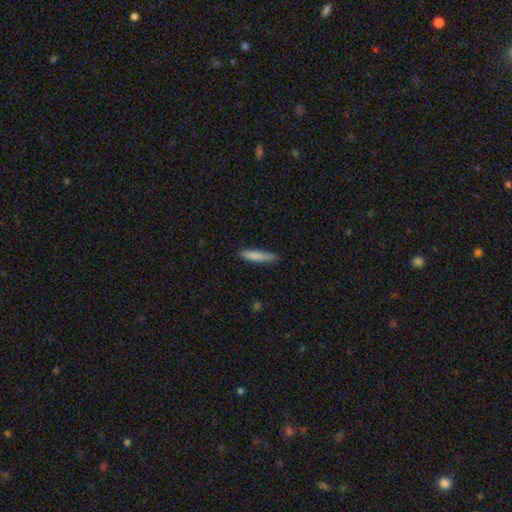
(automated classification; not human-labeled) A smooth galaxy with no disk features (83%) that is cigar-shaped (86%).

Vote fractions:
- Smooth or featured? smooth: 83% / featured or disk: 10% / star or artifact: 6%
- How rounded? cigar-shaped: 86% / in between: 12% / round: 1%
- Merging? none: 81% / minor disturbance: 15% / major disturbance: 3% / merger: 1%